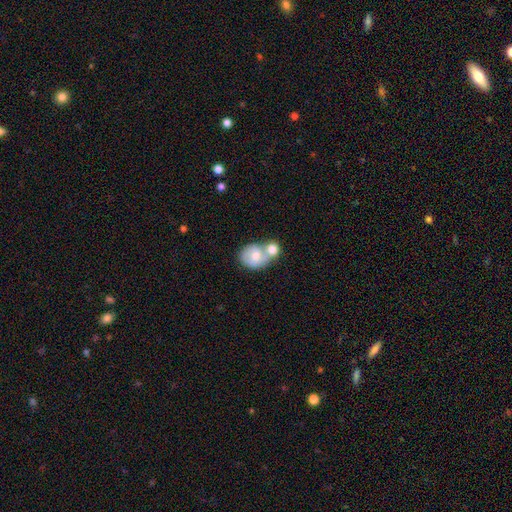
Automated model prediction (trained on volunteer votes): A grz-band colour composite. It shows a smooth galaxy with no disk features (59%) that is round (60%). Merging: merger (63%).